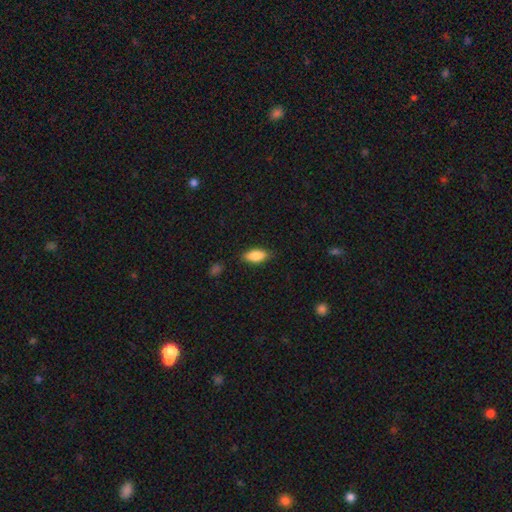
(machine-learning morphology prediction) type=smooth (86%); roundness=in between (84%); merging=none (85%).